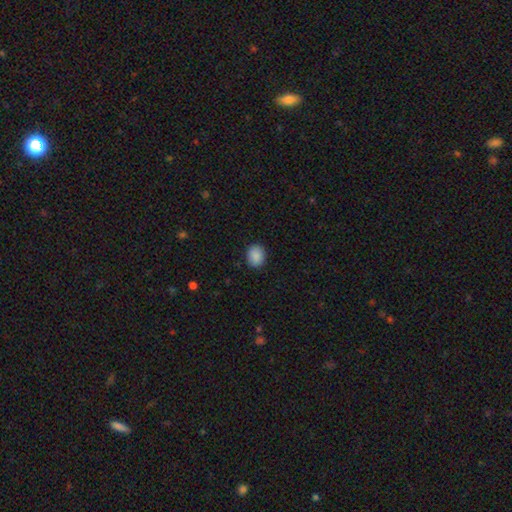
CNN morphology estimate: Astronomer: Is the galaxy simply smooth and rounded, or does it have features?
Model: smooth — 89%.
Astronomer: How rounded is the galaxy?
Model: round — 58% (runner-up: in between, 41%).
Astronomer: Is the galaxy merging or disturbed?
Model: none — 88%.